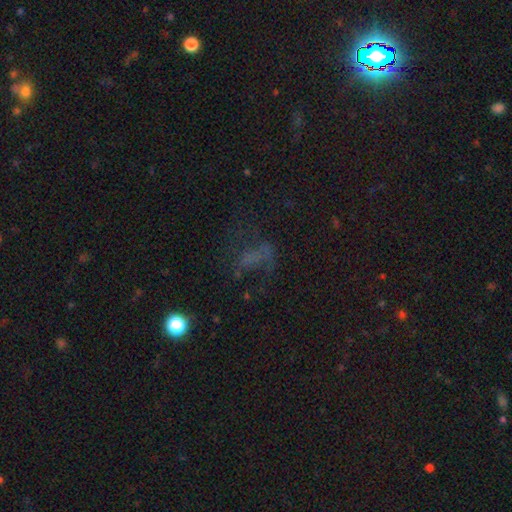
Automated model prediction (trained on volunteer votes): Q: Smooth or featured?
A: star or artifact (37%); runner-up: smooth (33%)